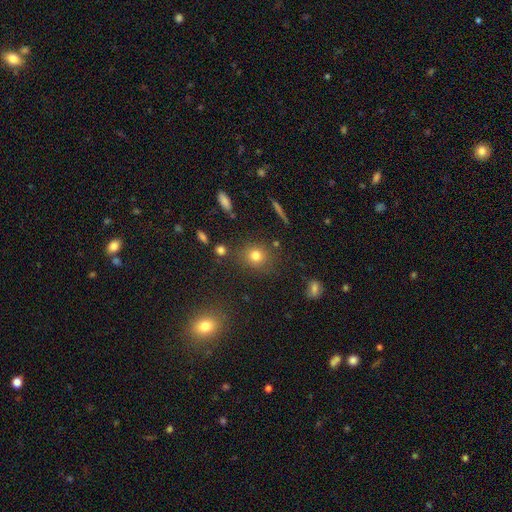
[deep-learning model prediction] Smooth or featured? smooth (76%)
How rounded? round (82%)
Merging? none (82%)